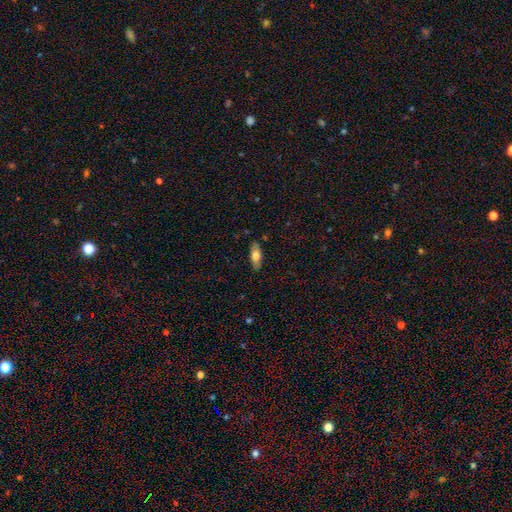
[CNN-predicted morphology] This is likely a smooth galaxy (71%). How rounded: likely in between (75%). Merging: clearly none (85%).